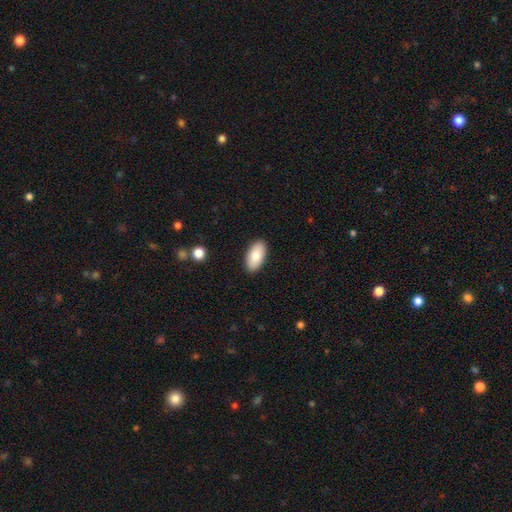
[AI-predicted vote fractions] Morphology: type=smooth (84%); roundness=in between (94%); merging=none (90%).